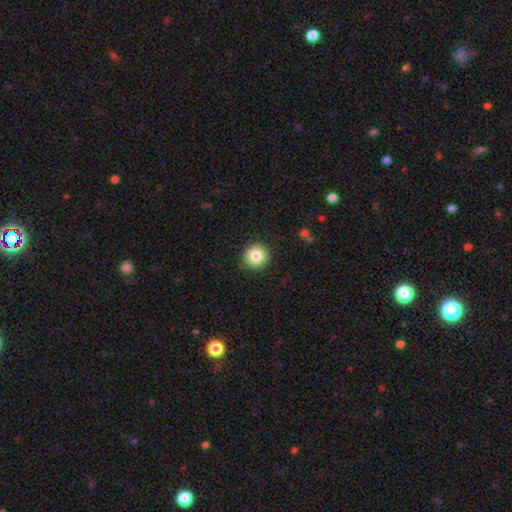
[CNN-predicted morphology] This is clearly a smooth galaxy (83%). How rounded: clearly round (96%). Merging: clearly none (91%).